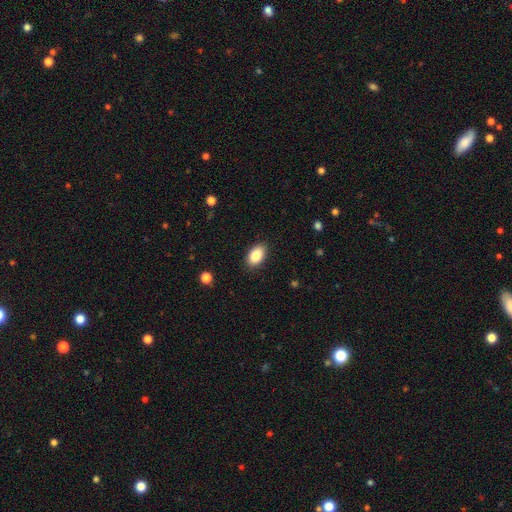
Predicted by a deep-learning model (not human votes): This appears to be a smooth galaxy with no disk features (85%) that is in between round and cigar-shaped (91%). Merging: none (88%).